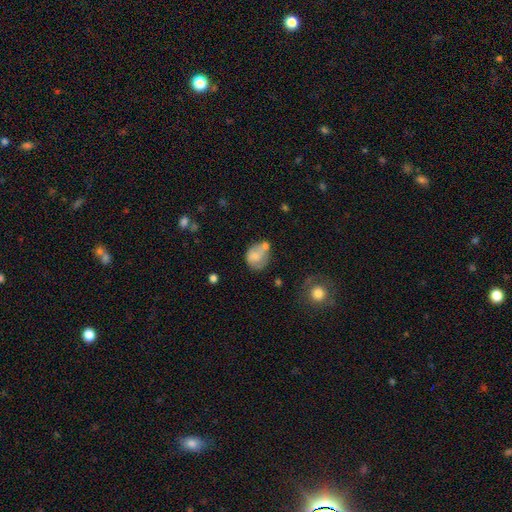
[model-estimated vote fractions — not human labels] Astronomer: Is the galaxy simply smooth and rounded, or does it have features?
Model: smooth — 63%.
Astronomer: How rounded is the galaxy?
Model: round — 51% (runner-up: in between, 48%).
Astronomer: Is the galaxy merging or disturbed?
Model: none — 32% (runner-up: merger, 27%).